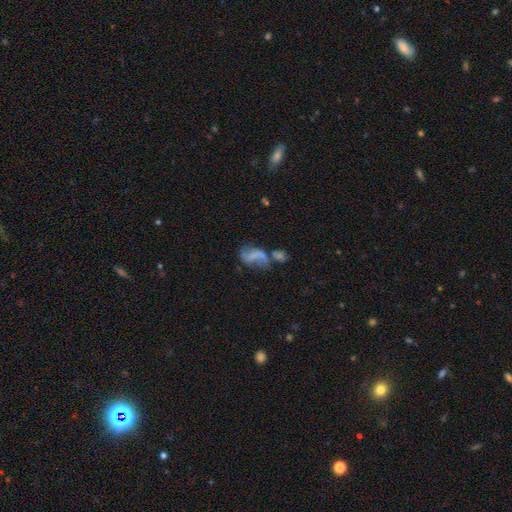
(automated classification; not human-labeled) Q: Smooth or featured?
A: featured or disk (49%); runner-up: smooth (37%)
Q: Merging?
A: merger (40%); runner-up: none (23%)